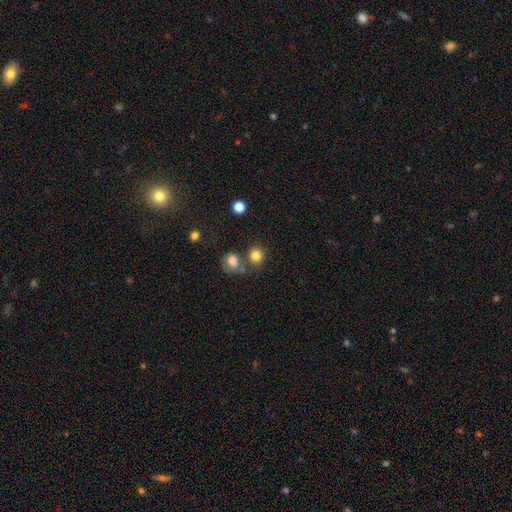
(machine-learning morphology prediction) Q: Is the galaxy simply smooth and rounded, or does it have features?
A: smooth — 82%.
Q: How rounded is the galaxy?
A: round — 84%.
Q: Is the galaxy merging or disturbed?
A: none — 64%.